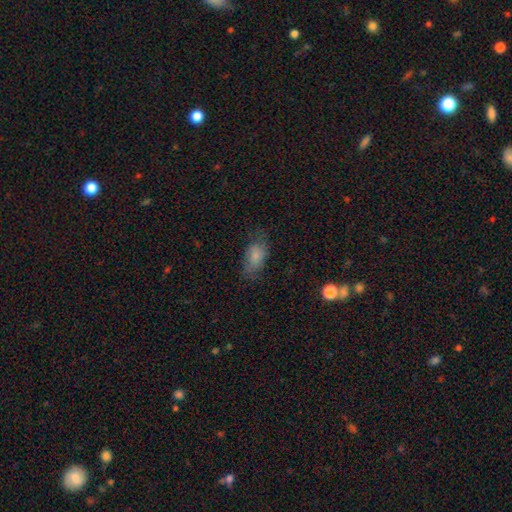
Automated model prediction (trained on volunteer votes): A smooth galaxy with no disk features (77%) that is in between round and cigar-shaped (89%).

Vote fractions:
- Smooth or featured? smooth: 77% / featured or disk: 14% / star or artifact: 9%
- How rounded? in between: 89% / round: 6% / cigar-shaped: 5%
- Merging? none: 63% / minor disturbance: 24% / major disturbance: 11% / merger: 2%